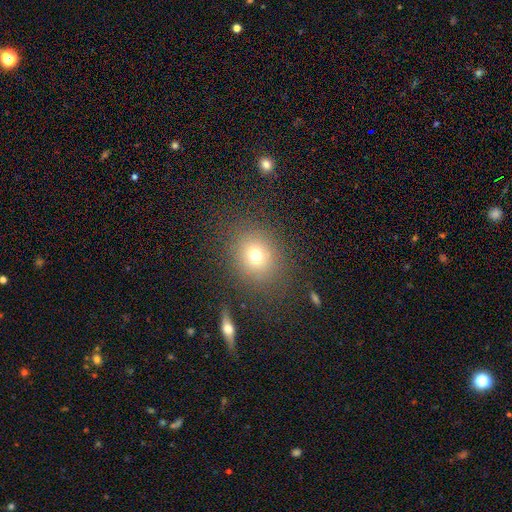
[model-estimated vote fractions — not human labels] The model was most divided on "how rounded": round: 73%, in between: 26%, cigar-shaped: 1%. More confident: merging — none (81%); smooth or featured — smooth (71%).